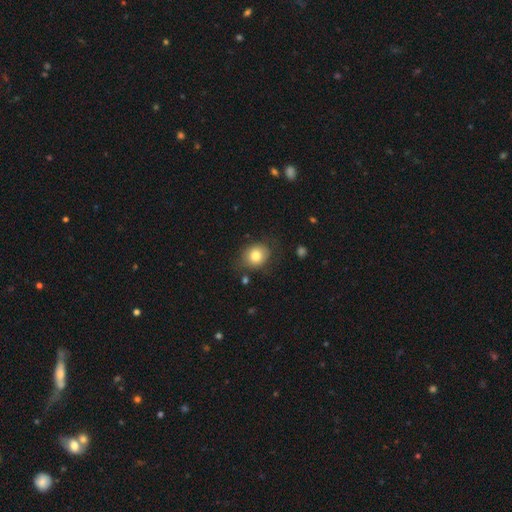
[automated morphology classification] The model was most divided on "how rounded": round: 64%, in between: 35%, cigar-shaped: 1%. More confident: smooth or featured — smooth (80%); merging — none (74%).